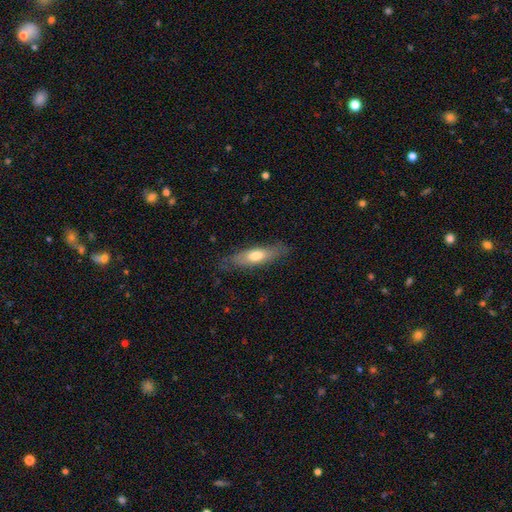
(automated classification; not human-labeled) Smooth or featured? smooth (60%)
How rounded? cigar-shaped (58%)
Merging? none (76%)